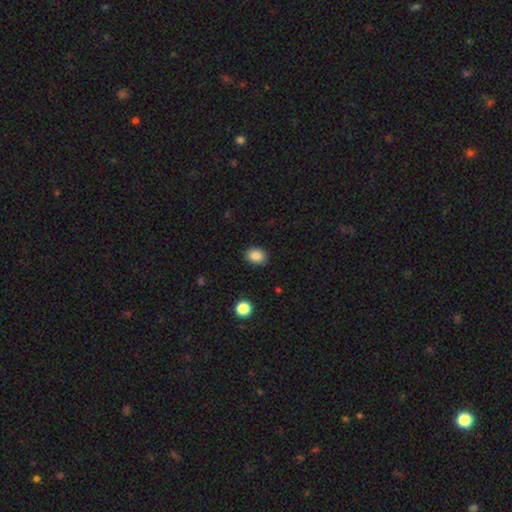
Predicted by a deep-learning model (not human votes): smooth_or_featured: smooth (p=0.87) [alt: star or artifact p=0.10]
how_rounded: in between (p=0.61) [alt: round p=0.38]
merging: none (p=0.88) [alt: minor disturbance p=0.08]